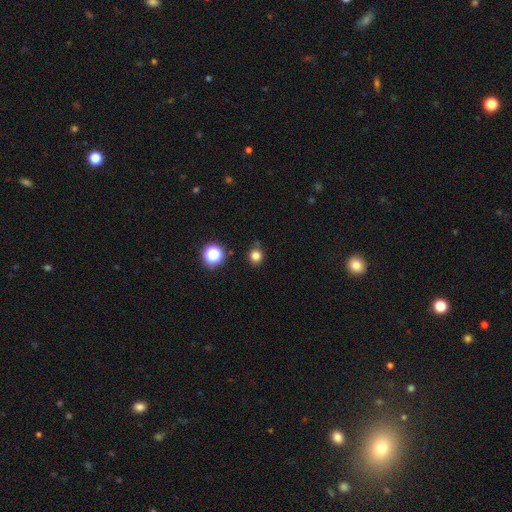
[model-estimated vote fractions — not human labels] Morphology: type=smooth (79%); roundness=round (86%); merging=none (83%).